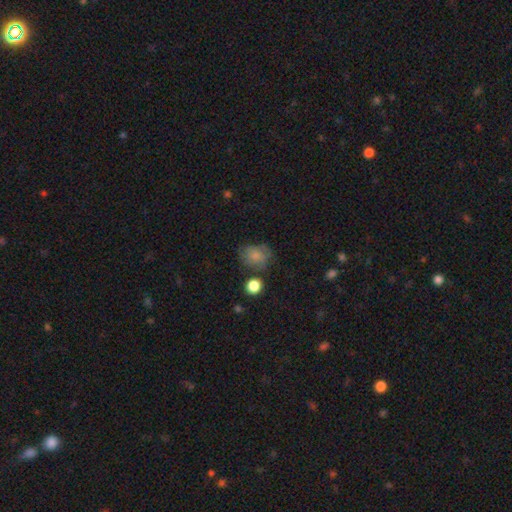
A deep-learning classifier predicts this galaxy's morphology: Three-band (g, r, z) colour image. It shows a smooth galaxy with no disk features (74%) that is in between round and cigar-shaped (50%). Merging: none (58%).